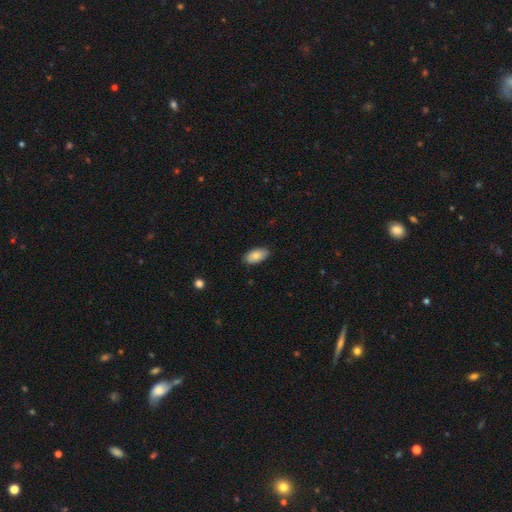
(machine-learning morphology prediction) Q: Smooth or featured?
A: smooth (81%); runner-up: featured or disk (13%)
Q: How rounded?
A: in between (94%); runner-up: round (3%)
Q: Merging?
A: none (86%); runner-up: minor disturbance (12%)